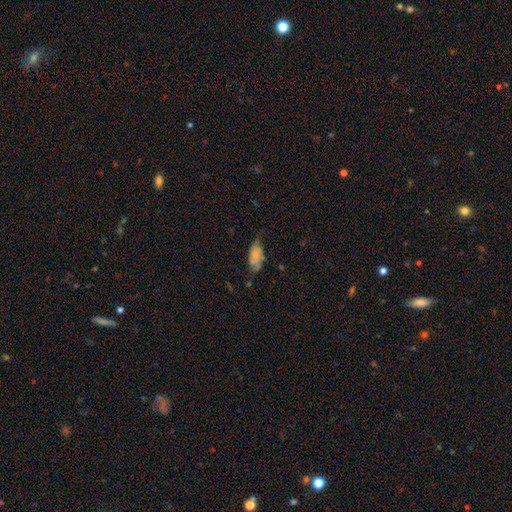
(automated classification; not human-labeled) Smooth or featured: smooth — 62% (featured or disk — 30%)
How rounded: in between — 89% (cigar-shaped — 8%)
Merging: none — 48% (minor disturbance — 36%)